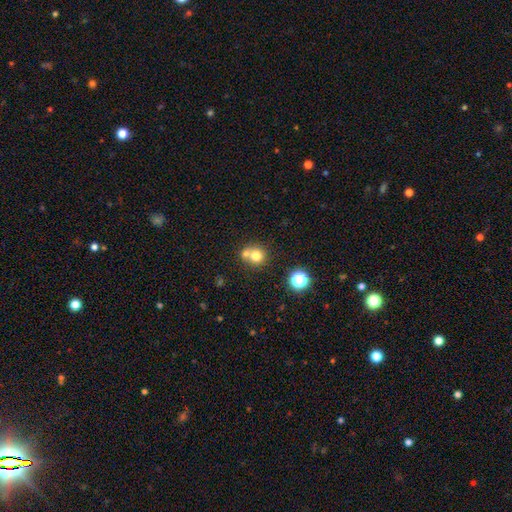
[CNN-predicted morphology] The model was most divided on "merging": none: 46%, merger: 44%, minor disturbance: 7%, major disturbance: 3%. More confident: how rounded — round (87%); smooth or featured — smooth (73%).